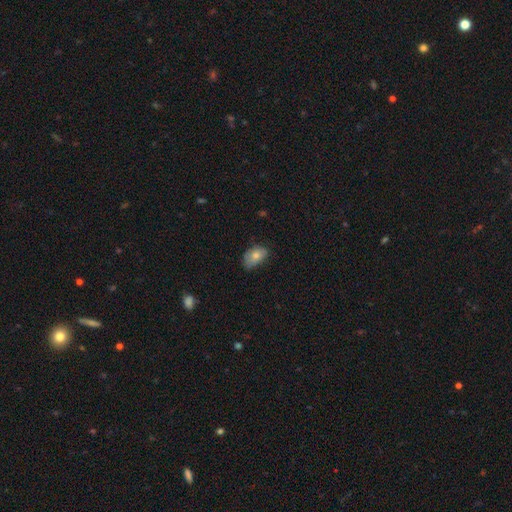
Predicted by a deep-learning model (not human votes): Smooth or featured? smooth (77%)
How rounded? in between (89%)
Merging? none (56%)